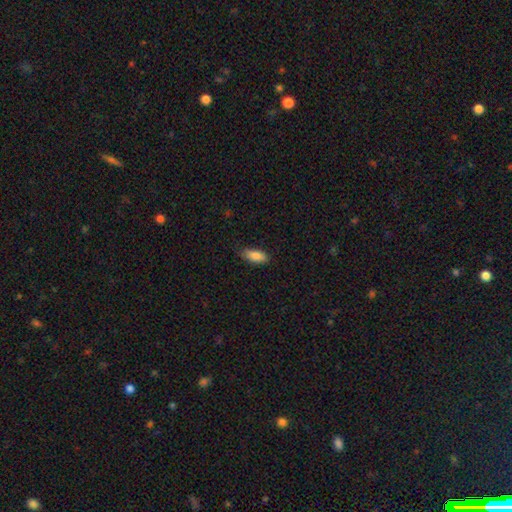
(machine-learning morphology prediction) smooth_or_featured: smooth (p=0.87) [alt: star or artifact p=0.07]
how_rounded: in between (p=0.79) [alt: cigar-shaped p=0.19]
merging: none (p=0.79) [alt: minor disturbance p=0.17]